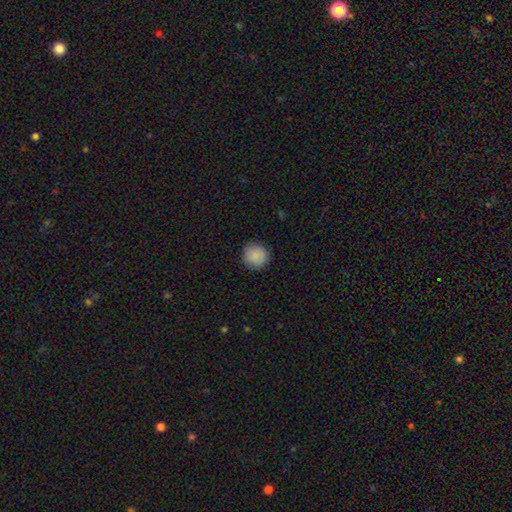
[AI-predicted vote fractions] smooth_or_featured: smooth (p=0.88) [alt: star or artifact p=0.08]
how_rounded: round (p=0.93) [alt: in between p=0.06]
merging: none (p=0.89) [alt: minor disturbance p=0.08]